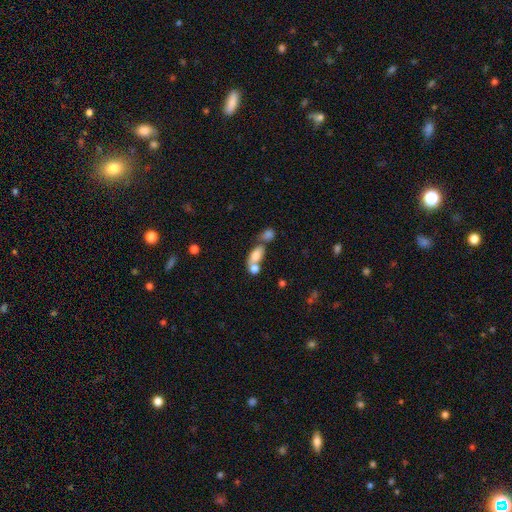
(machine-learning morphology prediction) Overall: smooth (72%). How rounded: in between (80%). Merging: merger (55%; none 28%).